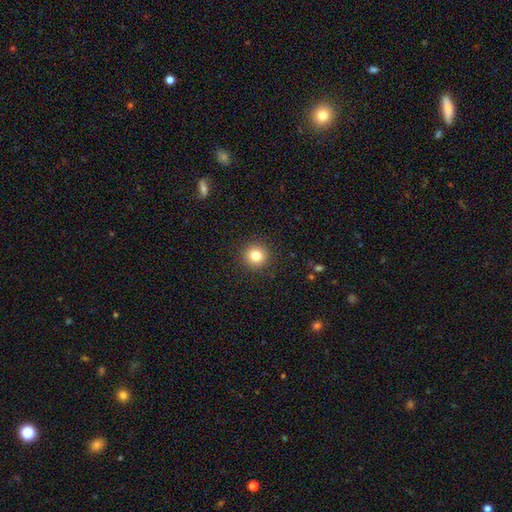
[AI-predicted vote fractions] Smooth or featured: smooth — 82% (star or artifact — 12%)
How rounded: round — 94% (in between — 5%)
Merging: none — 91% (minor disturbance — 5%)